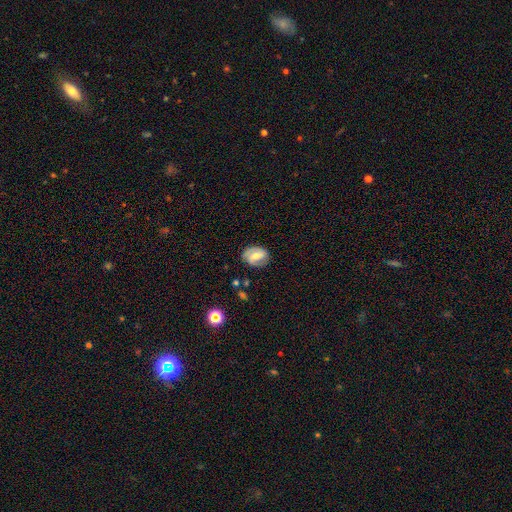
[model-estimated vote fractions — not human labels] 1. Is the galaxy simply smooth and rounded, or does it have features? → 60% featured or disk, 32% smooth, 7% star or artifact.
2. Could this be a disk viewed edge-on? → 96% no, 4% yes.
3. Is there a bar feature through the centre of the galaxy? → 46% weak, 30% strong, 24% no.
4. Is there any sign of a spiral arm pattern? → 81% yes, 19% no.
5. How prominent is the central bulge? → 57% moderate, 35% small, 5% large, 3% none, 1% dominant.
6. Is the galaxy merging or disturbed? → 76% none, 17% minor disturbance, 5% major disturbance, 2% merger.